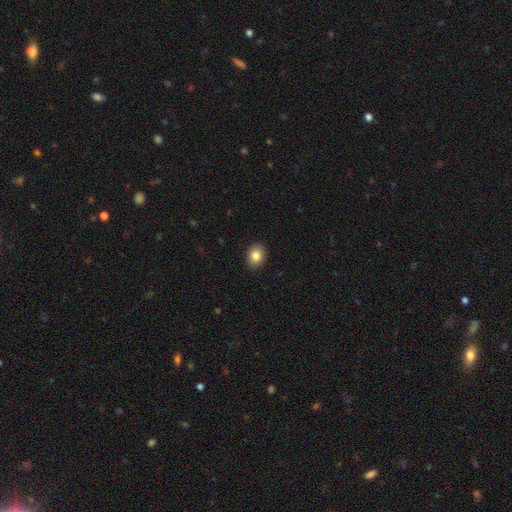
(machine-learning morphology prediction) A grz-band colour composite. It shows a smooth galaxy with no disk features (84%) that is in between round and cigar-shaped (60%). Merging: none (91%).